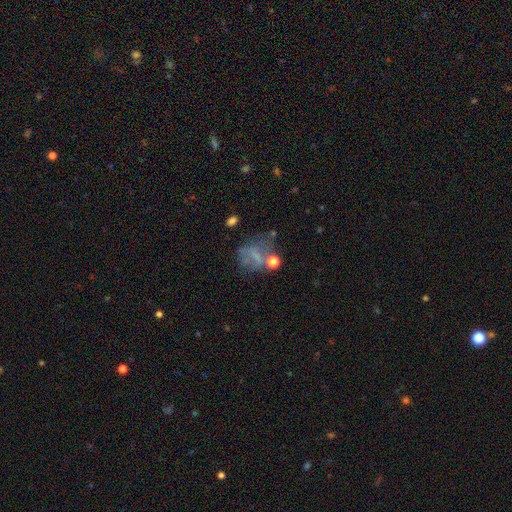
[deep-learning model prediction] Smooth or featured?
  - smooth: 46% *
  - featured or disk: 31%
  - star or artifact: 22%
Merging?
  - none: 38% *
  - major disturbance: 30%
  - minor disturbance: 20%
  - merger: 12%